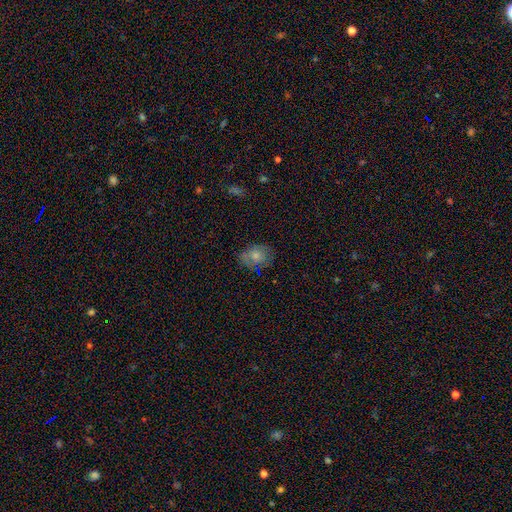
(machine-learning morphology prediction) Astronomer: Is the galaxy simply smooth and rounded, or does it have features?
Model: smooth — 70%.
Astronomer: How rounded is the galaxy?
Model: in between — 61% (runner-up: round, 38%).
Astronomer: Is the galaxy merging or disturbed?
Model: none — 67%.